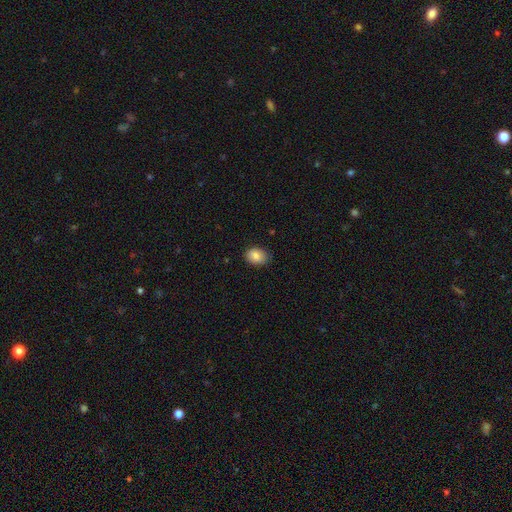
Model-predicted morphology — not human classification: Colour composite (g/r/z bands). It shows a smooth galaxy with no disk features (86%) that is in between round and cigar-shaped (65%). Merging: none (81%).